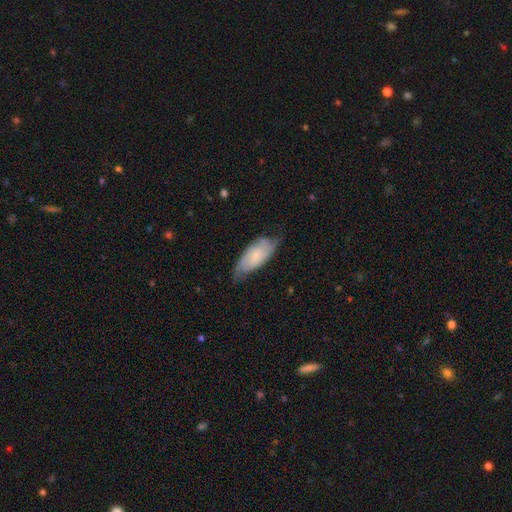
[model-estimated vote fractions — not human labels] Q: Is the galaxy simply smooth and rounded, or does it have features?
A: featured or disk — 55%.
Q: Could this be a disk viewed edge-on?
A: no — 91%.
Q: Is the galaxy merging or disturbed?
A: none — 60%.